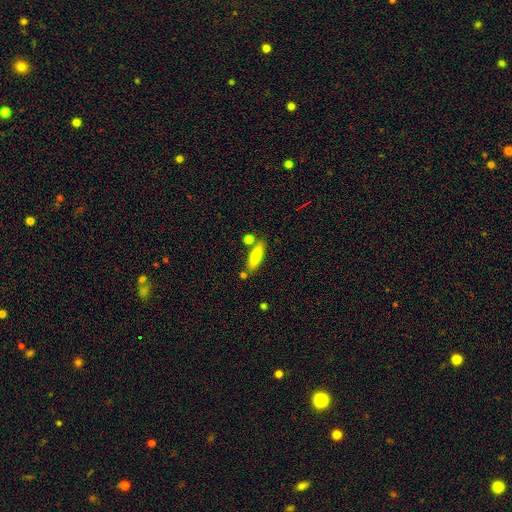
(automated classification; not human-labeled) A smooth galaxy with no disk features (73%) that is cigar-shaped (60%). Merging: none (75%).